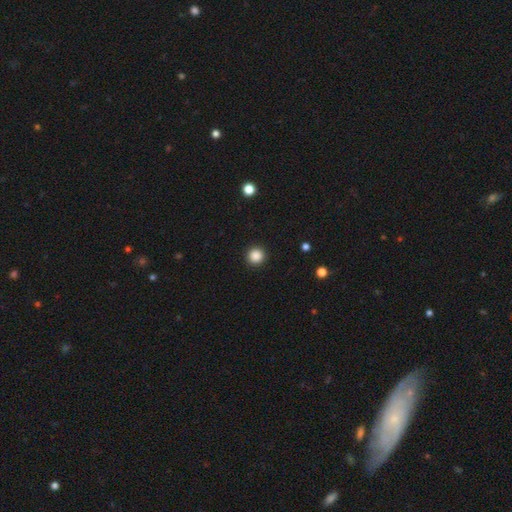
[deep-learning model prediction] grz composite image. It shows a smooth galaxy with no disk features (87%) that is round (95%). Merging: none (93%).